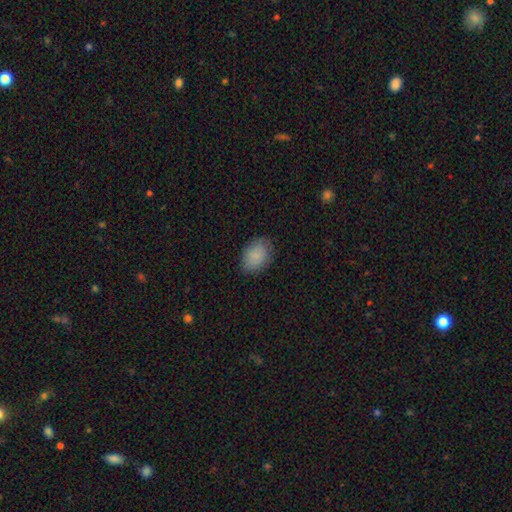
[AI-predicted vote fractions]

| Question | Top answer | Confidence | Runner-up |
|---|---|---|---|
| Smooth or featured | smooth | 87% | star or artifact (7%) |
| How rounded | in between | 80% | round (18%) |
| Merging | none | 83% | minor disturbance (13%) |